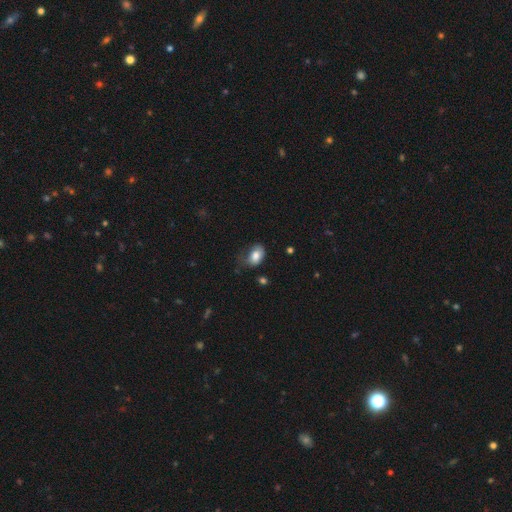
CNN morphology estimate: Overall: smooth (80%). How rounded: in between (83%). Merging: none (41%; minor disturbance 37%).